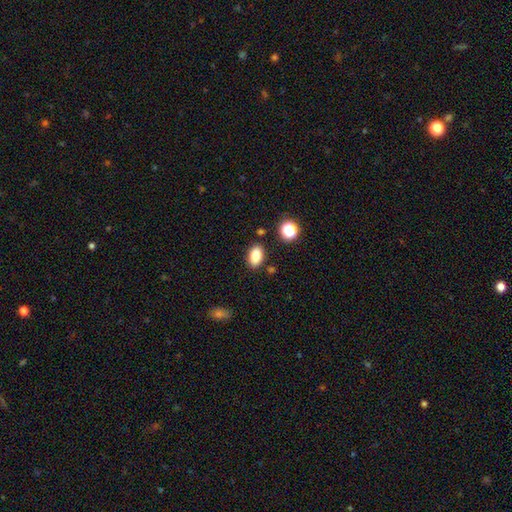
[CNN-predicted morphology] type=smooth (85%); roundness=in between (89%); merging=none (84%).